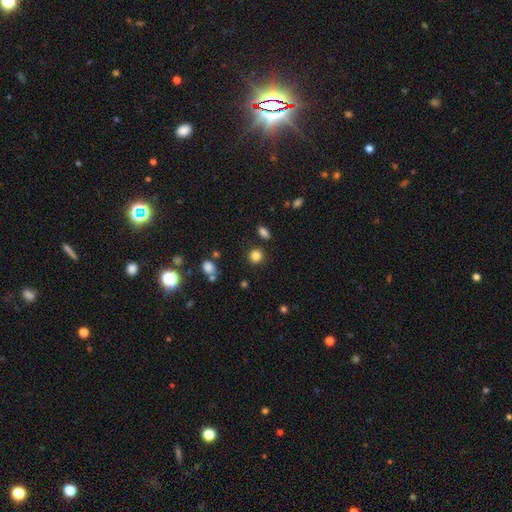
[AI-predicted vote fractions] Smooth or featured? smooth (83%)
How rounded? round (88%)
Merging? none (86%)